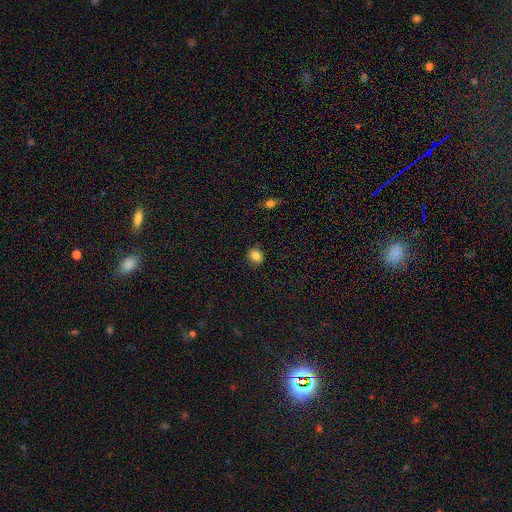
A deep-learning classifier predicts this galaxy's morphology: The model was most divided on "how rounded": round: 73%, in between: 26%, cigar-shaped: 1%. More confident: merging — none (89%); smooth or featured — smooth (84%).